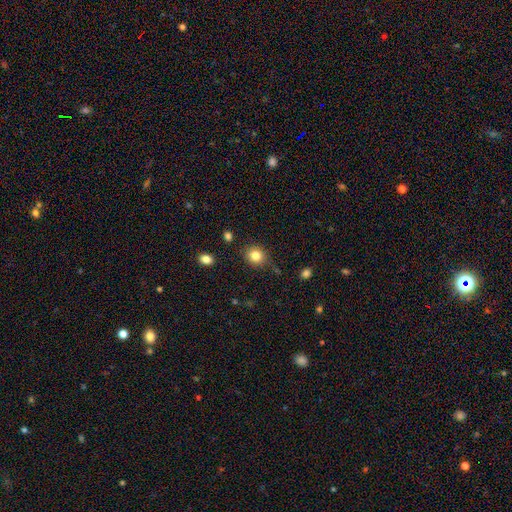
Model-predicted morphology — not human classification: Smooth or featured?
  - smooth: 82% *
  - star or artifact: 11%
  - featured or disk: 6%
How rounded?
  - round: 77% *
  - in between: 22%
  - cigar-shaped: 1%
Merging?
  - none: 82% *
  - minor disturbance: 12%
  - major disturbance: 3%
  - merger: 3%